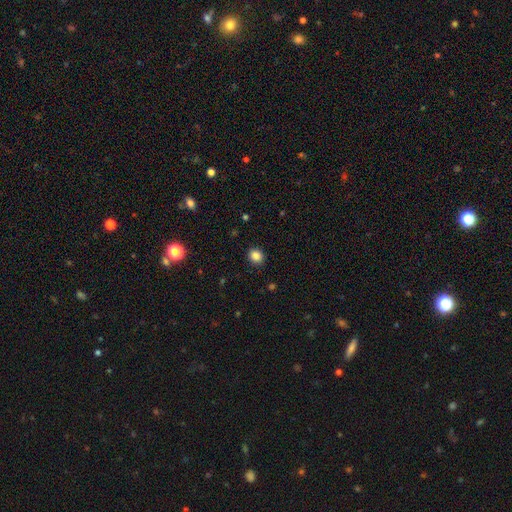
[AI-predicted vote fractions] smooth-or-featured: smooth: 85% | star or artifact: 11% | featured or disk: 4%
  how-rounded: round: 74% | in between: 25% | cigar-shaped: 1%
  merging: none: 91% | minor disturbance: 6% | major disturbance: 2% | merger: 1%